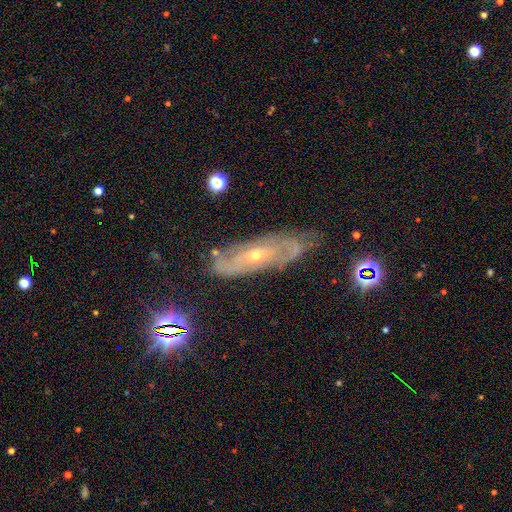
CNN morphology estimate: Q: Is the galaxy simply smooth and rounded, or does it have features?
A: featured or disk — 73%.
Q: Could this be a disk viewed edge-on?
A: no — 77%.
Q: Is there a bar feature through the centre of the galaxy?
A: no — 70%.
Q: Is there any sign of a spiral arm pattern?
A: yes — 84%.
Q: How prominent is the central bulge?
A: small — 62%.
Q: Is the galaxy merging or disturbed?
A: none — 76%.